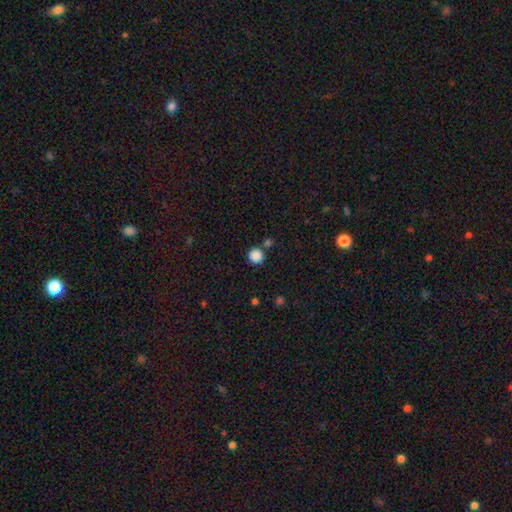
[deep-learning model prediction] A smooth galaxy with no disk features (87%) that is round (94%).

Vote fractions:
- Smooth or featured? smooth: 87% / star or artifact: 10% / featured or disk: 3%
- How rounded? round: 94% / in between: 5% / cigar-shaped: 1%
- Merging? none: 79% / merger: 9% / minor disturbance: 9% / major disturbance: 3%